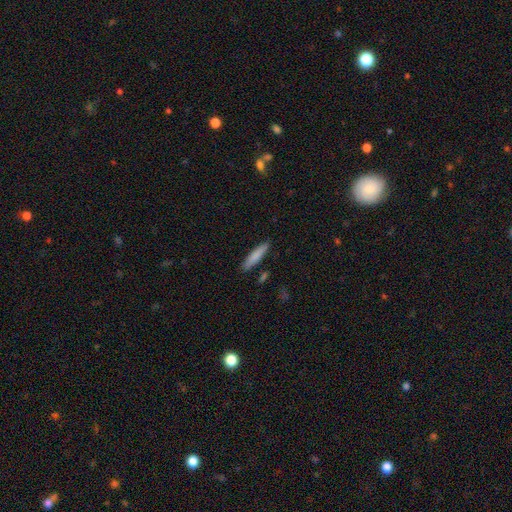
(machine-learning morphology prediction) Q: Smooth or featured?
A: smooth (81%); runner-up: featured or disk (13%)
Q: How rounded?
A: cigar-shaped (84%); runner-up: in between (15%)
Q: Merging?
A: none (87%); runner-up: minor disturbance (9%)